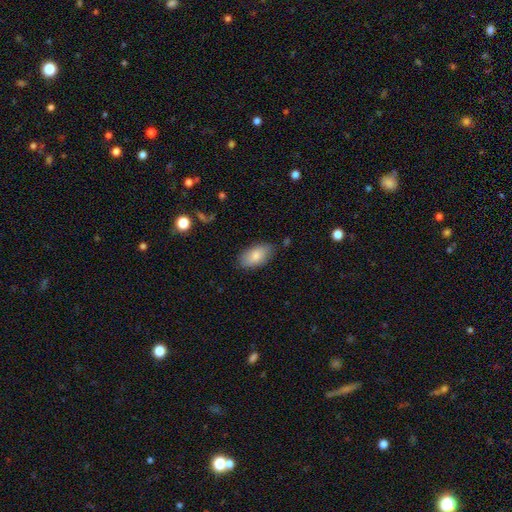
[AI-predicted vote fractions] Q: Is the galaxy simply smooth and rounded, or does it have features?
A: smooth — 83%.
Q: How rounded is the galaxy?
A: in between — 94%.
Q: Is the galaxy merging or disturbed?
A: none — 79%.